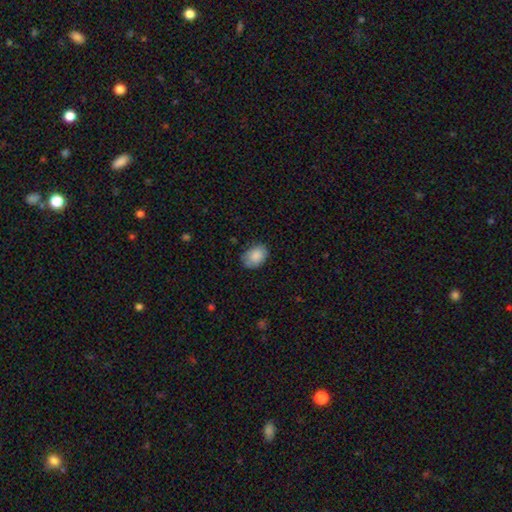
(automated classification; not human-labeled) Smooth or featured?
  - smooth: 87% *
  - star or artifact: 7%
  - featured or disk: 6%
How rounded?
  - in between: 77% *
  - round: 23%
  - cigar-shaped: 1%
Merging?
  - none: 78% *
  - minor disturbance: 18%
  - major disturbance: 3%
  - merger: 1%